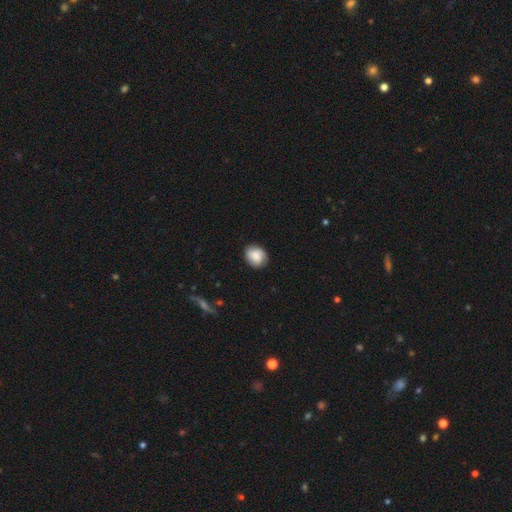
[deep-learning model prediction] smooth_or_featured: smooth (p=0.77) [alt: featured or disk p=0.15]
how_rounded: round (p=0.71) [alt: in between p=0.28]
merging: none (p=0.82) [alt: minor disturbance p=0.14]